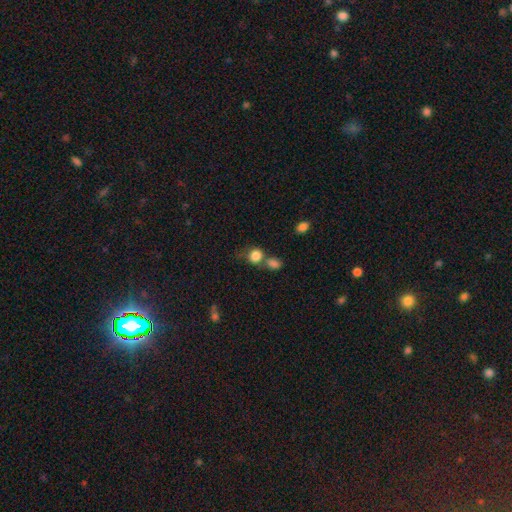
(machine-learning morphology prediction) Smooth or featured: smooth — 83% (star or artifact — 10%)
How rounded: round — 75% (in between — 24%)
Merging: none — 46% (merger — 33%)